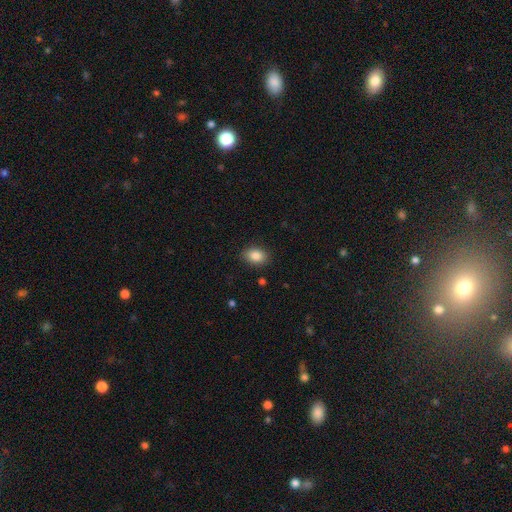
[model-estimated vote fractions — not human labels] The model was most divided on "how rounded": in between: 78%, round: 21%, cigar-shaped: 1%. More confident: merging — none (87%); smooth or featured — smooth (86%).